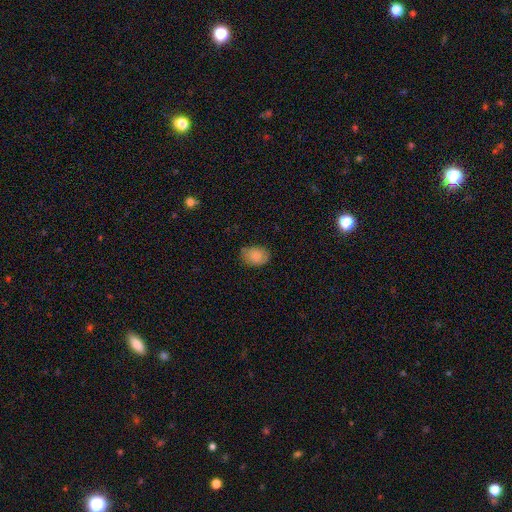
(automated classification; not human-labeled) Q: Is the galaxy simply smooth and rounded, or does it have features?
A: smooth — 81%.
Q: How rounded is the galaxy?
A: in between — 69%.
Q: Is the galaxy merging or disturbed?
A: none — 76%.